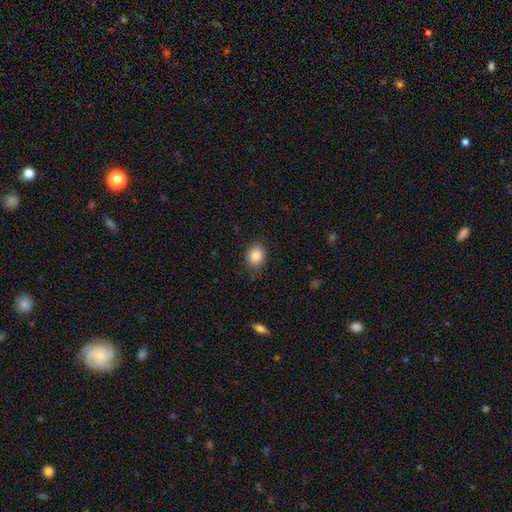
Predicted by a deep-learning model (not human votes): Smooth or featured? Predicted: smooth (p=0.86). How rounded? Predicted: round (p=0.53). Merging? Predicted: none (p=0.84).